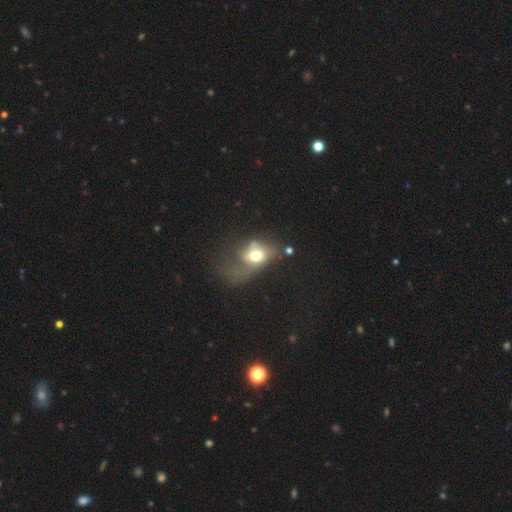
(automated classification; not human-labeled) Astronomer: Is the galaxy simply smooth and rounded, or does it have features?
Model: smooth — 55% (runner-up: featured or disk, 34%).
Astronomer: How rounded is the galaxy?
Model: in between — 66%.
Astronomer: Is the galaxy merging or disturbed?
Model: major disturbance — 58%.